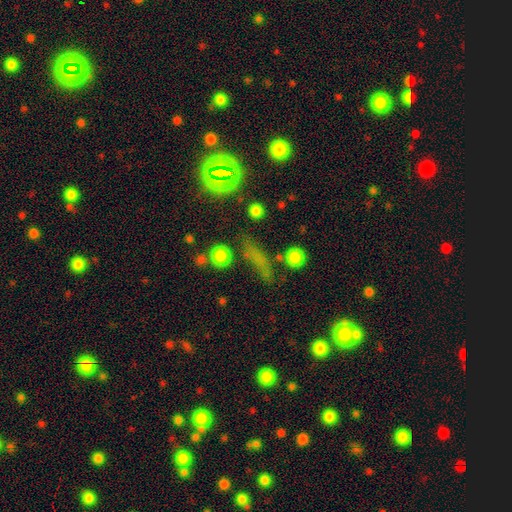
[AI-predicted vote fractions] A smooth galaxy with no disk features (56%) that is cigar-shaped (51%). Merging: none (70%).